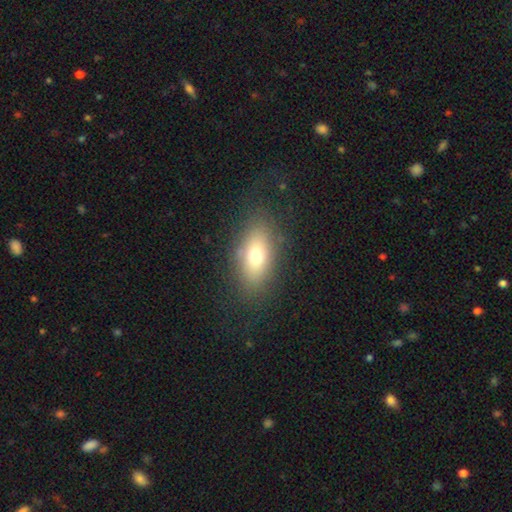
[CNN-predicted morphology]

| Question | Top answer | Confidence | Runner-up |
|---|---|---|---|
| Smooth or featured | smooth | 71% | featured or disk (19%) |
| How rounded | in between | 82% | round (10%) |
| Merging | none | 82% | minor disturbance (12%) |